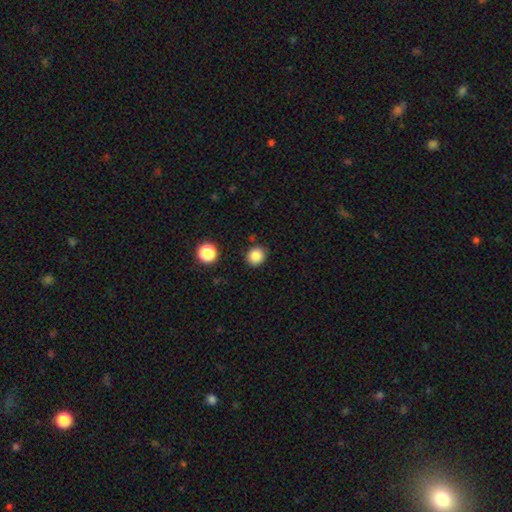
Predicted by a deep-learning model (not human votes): smooth 85%, star or artifact 11%, featured or disk 4%. Down the decision tree: how rounded — round (81%); merging — none (87%).